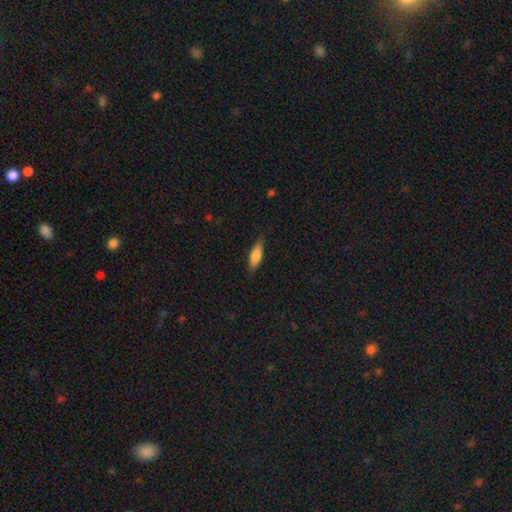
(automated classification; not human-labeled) The model was most divided on "how rounded": in between: 55%, cigar-shaped: 43%, round: 2%. More confident: merging — none (79%); smooth or featured — smooth (77%).